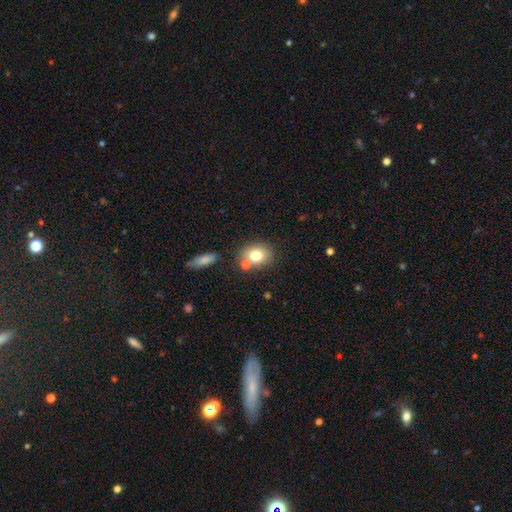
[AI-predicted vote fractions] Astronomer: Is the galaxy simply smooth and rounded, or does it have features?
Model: smooth — 78%.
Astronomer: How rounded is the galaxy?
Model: round — 51% (runner-up: in between, 48%).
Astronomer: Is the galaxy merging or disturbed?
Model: none — 64%.